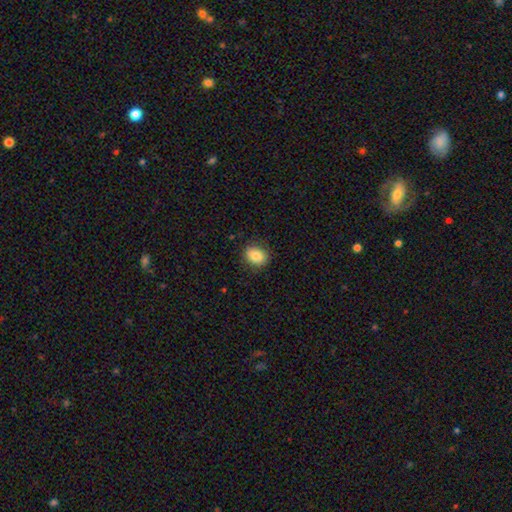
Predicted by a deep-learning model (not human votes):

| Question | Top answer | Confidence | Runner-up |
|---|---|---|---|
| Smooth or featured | smooth | 82% | featured or disk (9%) |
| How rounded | round | 50% | in between (49%) |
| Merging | none | 85% | minor disturbance (11%) |